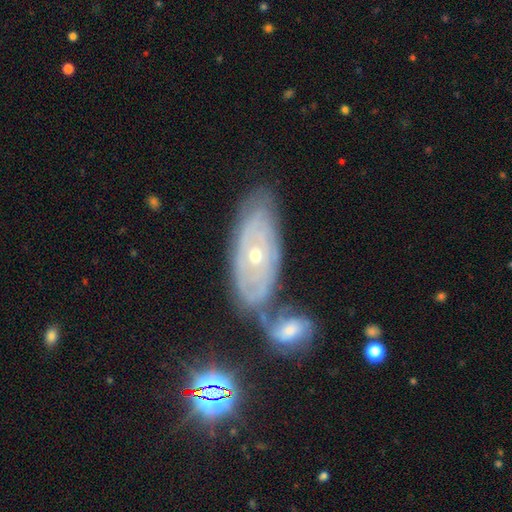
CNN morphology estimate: smooth-or-featured: featured or disk: 75% | smooth: 19% | star or artifact: 6%
  disk-edge-on: no: 89% | yes: 11%
    bar: no: 82% | weak: 14% | strong: 4%
    has-spiral-arms: yes: 74% | no: 26%
    bulge-size: moderate: 54% | small: 43% | large: 2% | none: 1% | dominant: 1%
  merging: none: 49% | merger: 26% | minor disturbance: 18% | major disturbance: 7%